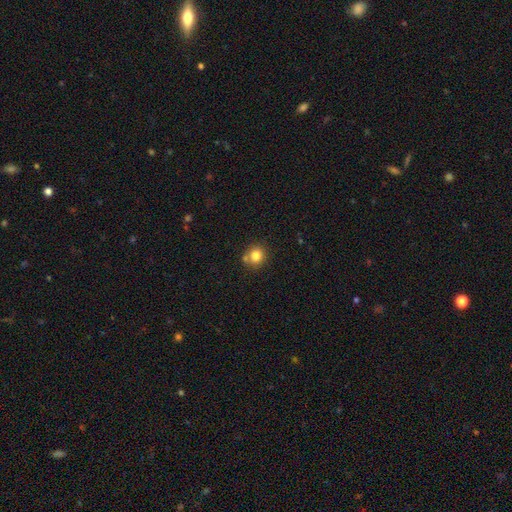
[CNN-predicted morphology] smooth-or-featured: smooth: 81% | star or artifact: 11% | featured or disk: 7%
  how-rounded: round: 84% | in between: 15% | cigar-shaped: 1%
  merging: none: 70% | merger: 16% | minor disturbance: 11% | major disturbance: 3%